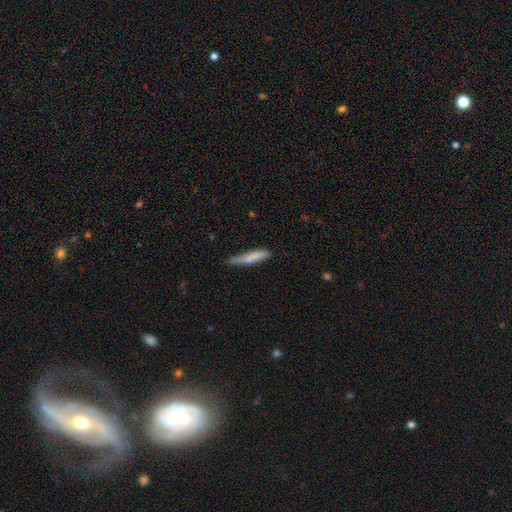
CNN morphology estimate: A smooth galaxy with no disk features (70%) that is cigar-shaped (92%).

Vote fractions:
- Smooth or featured? smooth: 70% / featured or disk: 23% / star or artifact: 6%
- How rounded? cigar-shaped: 92% / in between: 7% / round: 1%
- Merging? none: 71% / minor disturbance: 23% / major disturbance: 4% / merger: 2%